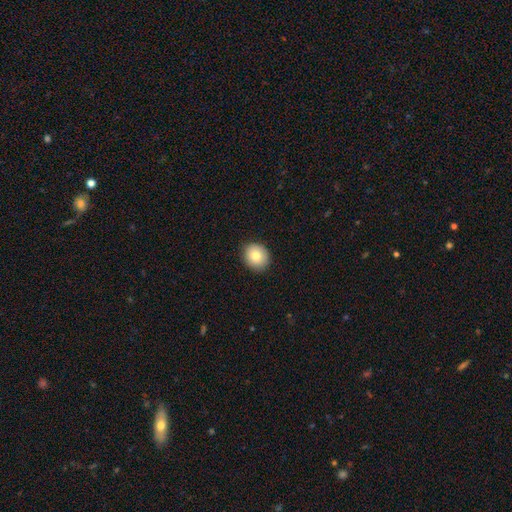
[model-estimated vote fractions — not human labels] Overall: smooth (80%). How rounded: round (76%). Merging: none (89%).